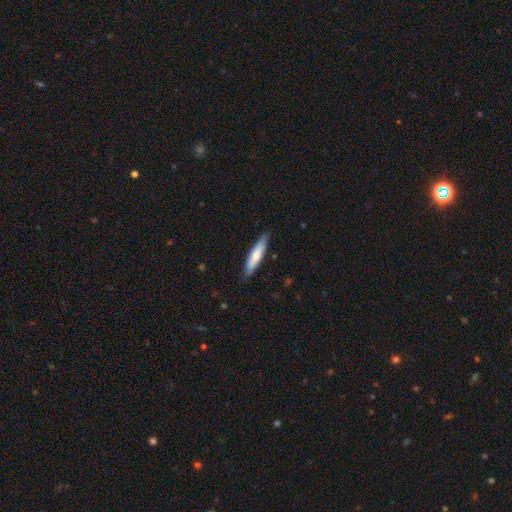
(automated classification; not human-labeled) smooth-or-featured: smooth: 72% | featured or disk: 23% | star or artifact: 5%
  how-rounded: cigar-shaped: 81% | in between: 18% | round: 1%
  merging: none: 84% | minor disturbance: 13% | major disturbance: 2% | merger: 1%